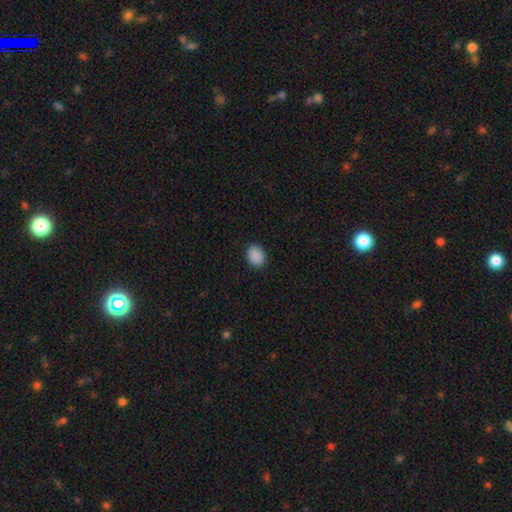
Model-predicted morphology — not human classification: smooth_or_featured: smooth (p=0.90) [alt: star or artifact p=0.08]
how_rounded: in between (p=0.68) [alt: round p=0.31]
merging: none (p=0.88) [alt: minor disturbance p=0.08]